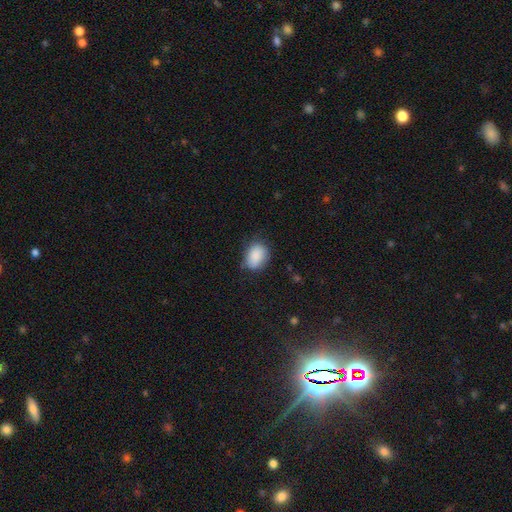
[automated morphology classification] A smooth galaxy with no disk features (87%) that is in between round and cigar-shaped (74%). Merging: none (66%).